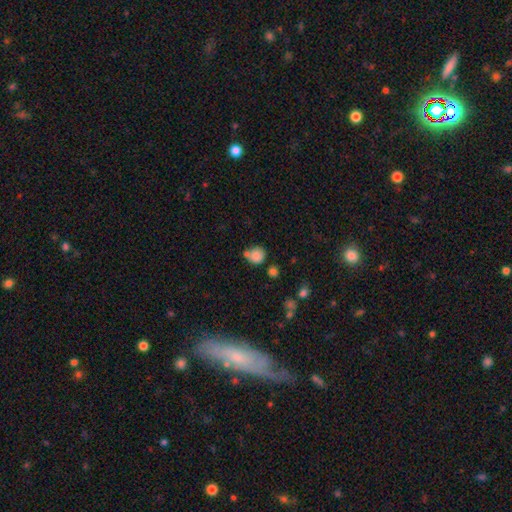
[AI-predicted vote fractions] The model was most divided on "merging": none: 57%, merger: 21%, minor disturbance: 16%, major disturbance: 5%. More confident: how rounded — round (84%); smooth or featured — smooth (82%).